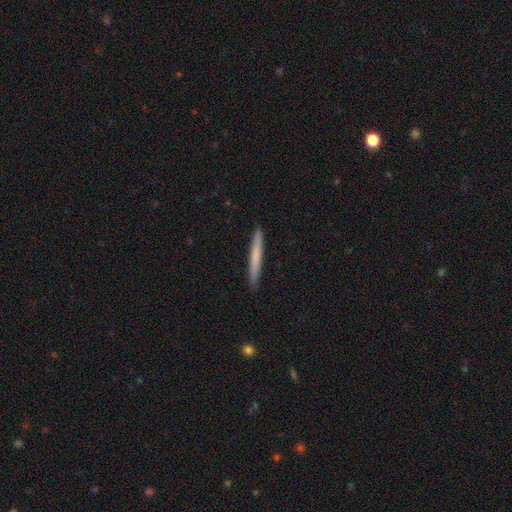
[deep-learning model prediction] Smooth or featured? smooth (67%)
How rounded? cigar-shaped (97%)
Merging? none (91%)